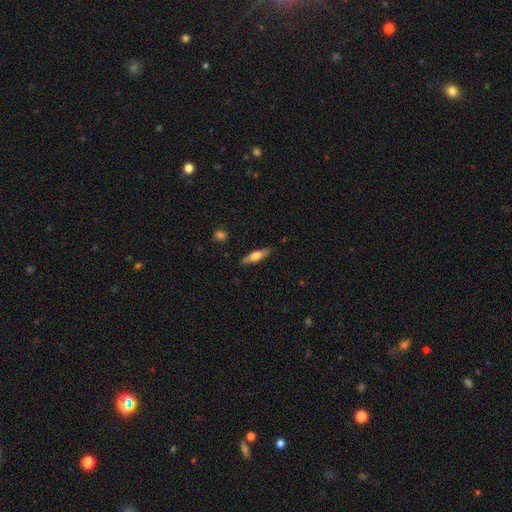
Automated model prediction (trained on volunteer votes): Smooth or featured?
  - smooth: 58% *
  - featured or disk: 36%
  - star or artifact: 6%
How rounded?
  - cigar-shaped: 64% *
  - in between: 34%
  - round: 2%
Merging?
  - none: 87% *
  - minor disturbance: 9%
  - major disturbance: 2%
  - merger: 1%